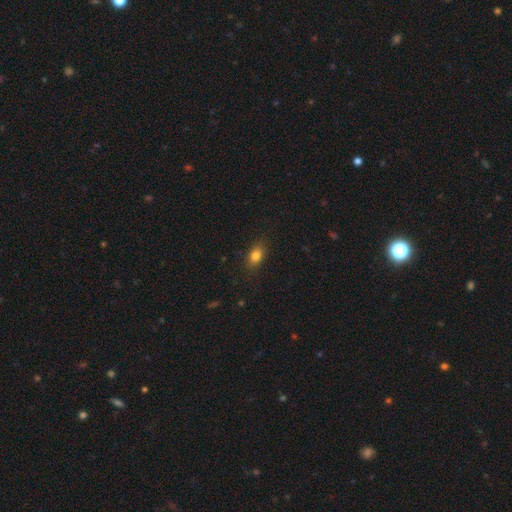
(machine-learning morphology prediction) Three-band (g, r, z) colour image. It shows a smooth galaxy with no disk features (82%) that is in between round and cigar-shaped (81%). Merging: none (85%).